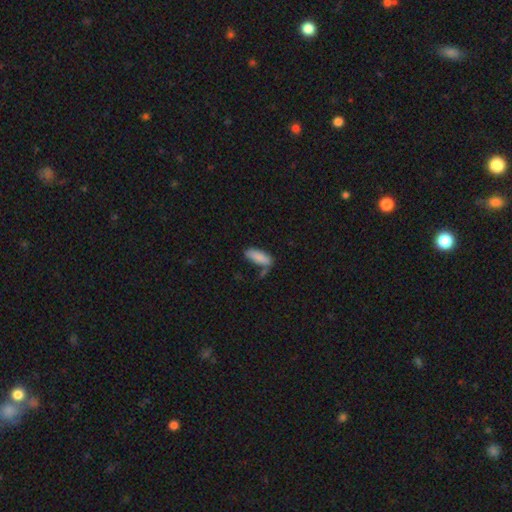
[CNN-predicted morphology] smooth-or-featured: smooth: 85% | featured or disk: 8% | star or artifact: 7%
  how-rounded: in between: 70% | cigar-shaped: 28% | round: 2%
  merging: none: 60% | minor disturbance: 20% | merger: 13% | major disturbance: 7%